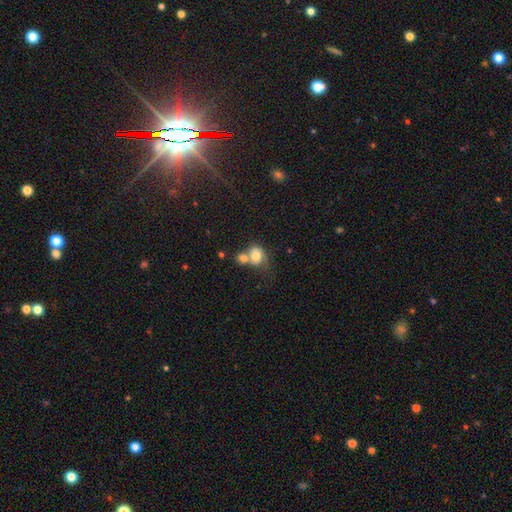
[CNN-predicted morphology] Smooth or featured?
  - smooth: 69% *
  - featured or disk: 22%
  - star or artifact: 9%
How rounded?
  - round: 58% *
  - in between: 41%
  - cigar-shaped: 1%
Merging?
  - merger: 59% *
  - none: 21%
  - minor disturbance: 11%
  - major disturbance: 9%